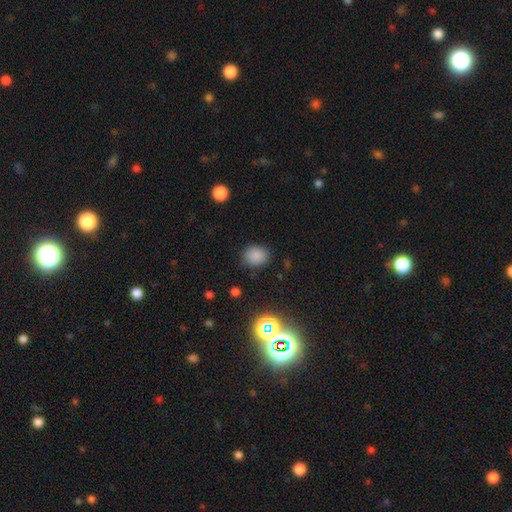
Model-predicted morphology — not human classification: Smooth or featured? Predicted: smooth (p=0.81). How rounded? Predicted: round (p=0.65). Merging? Predicted: none (p=0.82).